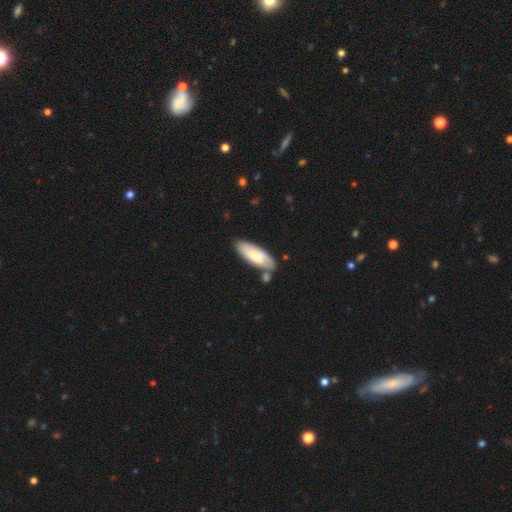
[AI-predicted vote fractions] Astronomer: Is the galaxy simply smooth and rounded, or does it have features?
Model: smooth — 71%.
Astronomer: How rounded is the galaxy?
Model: in between — 68%.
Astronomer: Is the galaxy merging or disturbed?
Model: none — 65%.